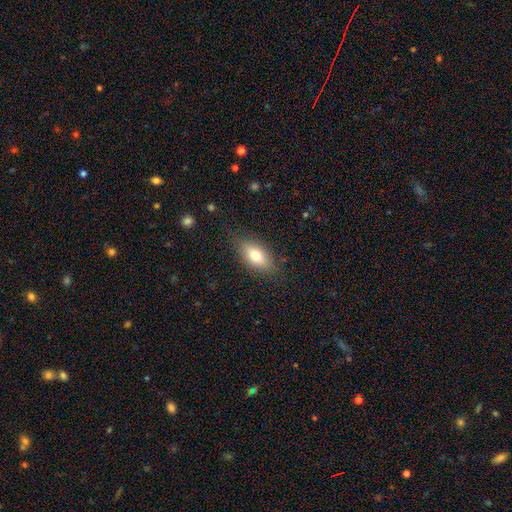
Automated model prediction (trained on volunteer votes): smooth-or-featured: smooth: 72% | featured or disk: 20% | star or artifact: 9%
  how-rounded: in between: 84% | cigar-shaped: 9% | round: 7%
  merging: none: 80% | minor disturbance: 15% | major disturbance: 4% | merger: 1%